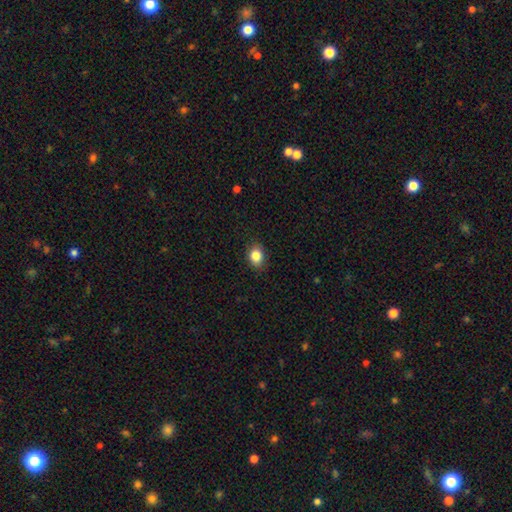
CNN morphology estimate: smooth_or_featured: smooth (p=0.85) [alt: star or artifact p=0.10]
how_rounded: in between (p=0.54) [alt: round p=0.45]
merging: none (p=0.87) [alt: minor disturbance p=0.09]